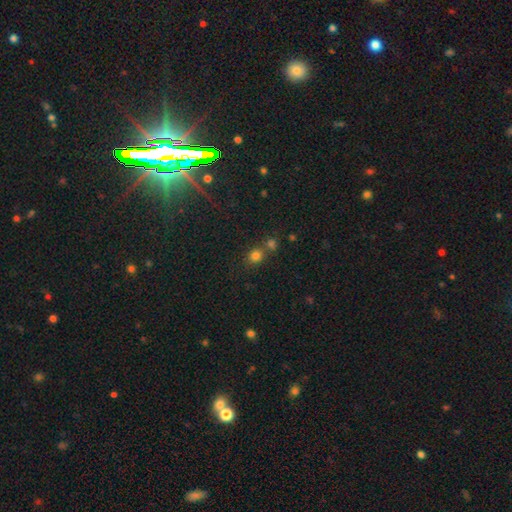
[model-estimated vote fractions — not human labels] Overall: smooth (76%). How rounded: round (77%). Merging: none (59%; merger 29%).